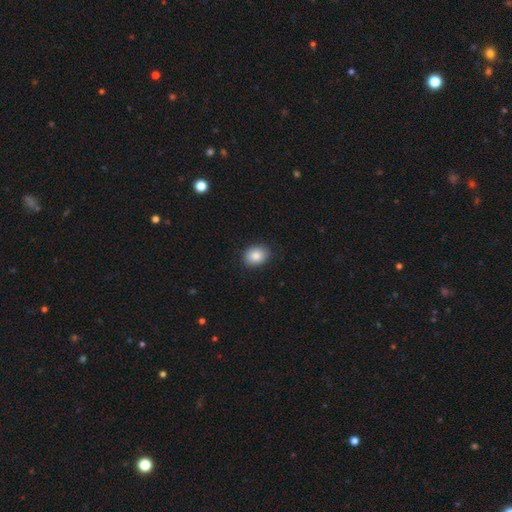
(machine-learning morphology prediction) This appears to be a smooth galaxy with no disk features (85%) that is in between round and cigar-shaped (53%). Merging: none (88%).